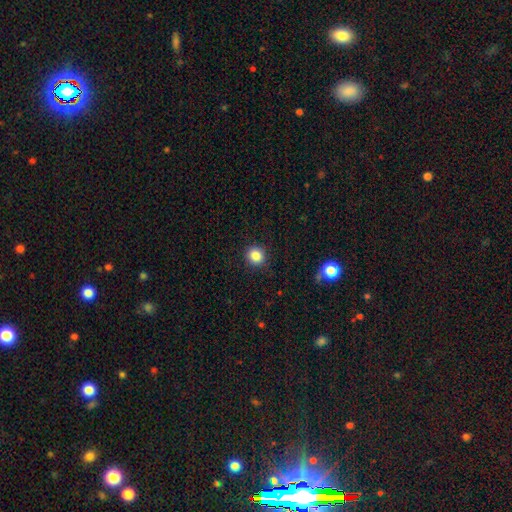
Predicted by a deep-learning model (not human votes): Smooth or featured: smooth — 85% (star or artifact — 11%)
How rounded: round — 89% (in between — 10%)
Merging: none — 91% (minor disturbance — 6%)